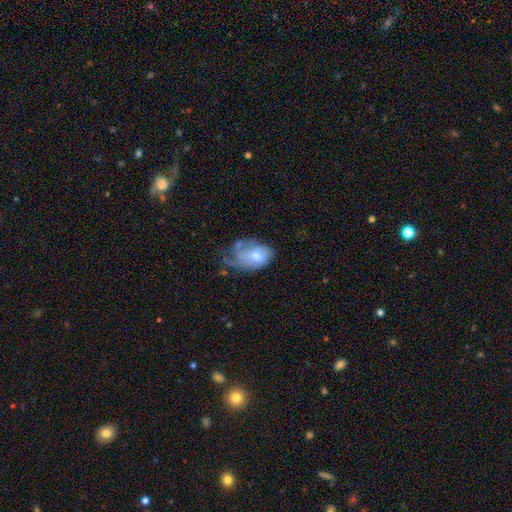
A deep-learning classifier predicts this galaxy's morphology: Smooth or featured: smooth — 51% (featured or disk — 42%)
How rounded: in between — 83% (round — 16%)
Merging: major disturbance — 41% (minor disturbance — 32%)